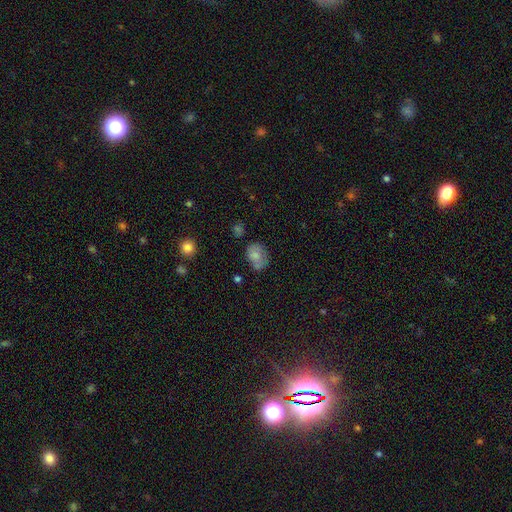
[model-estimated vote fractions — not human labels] smooth 71%, featured or disk 19%, star or artifact 10%. Down the decision tree: how rounded — in between (66%); merging — none (49%).